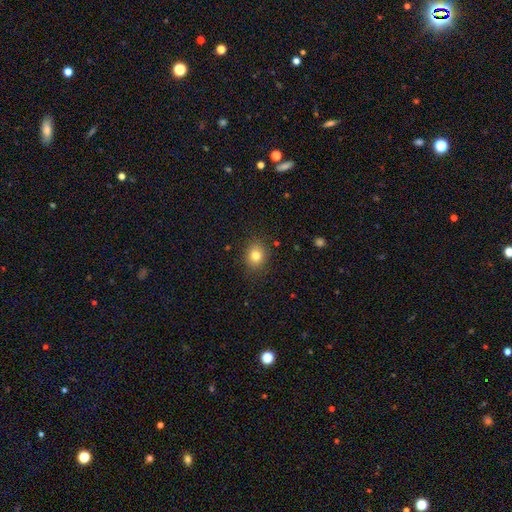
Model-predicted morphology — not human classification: Smooth or featured? Predicted: smooth (p=0.80). How rounded? Predicted: round (p=0.65). Merging? Predicted: none (p=0.87).